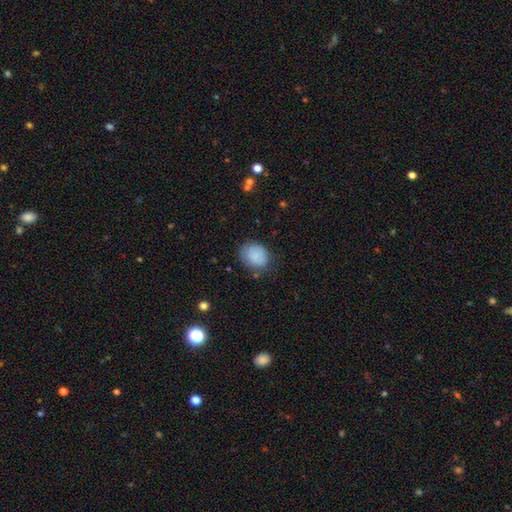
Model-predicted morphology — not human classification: This appears to be a smooth galaxy with no disk features (86%) that is round (55%). Merging: none (71%).